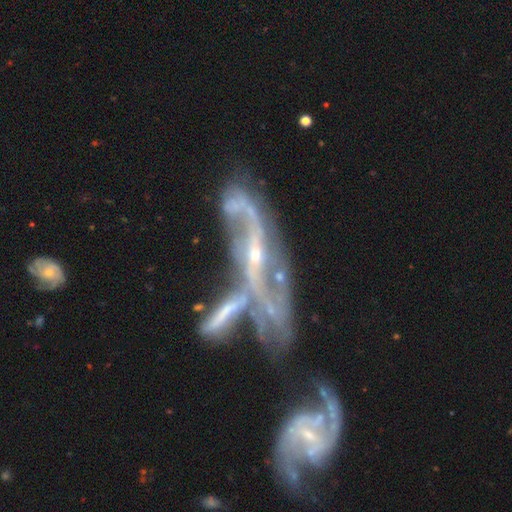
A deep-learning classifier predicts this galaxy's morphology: smooth_or_featured: featured or disk (p=0.86) [alt: star or artifact p=0.07]
disk_edge_on: no (p=0.85) [alt: yes p=0.15]
bar: no (p=0.44) [alt: weak p=0.32]
has_spiral_arms: yes (p=0.88) [alt: no p=0.12]
spiral_winding: loose (p=0.55) [alt: medium p=0.30]
spiral_arm_count: 2 (p=0.73) [alt: can't tell p=0.13]
bulge_size: small (p=0.68) [alt: moderate p=0.24]
merging: merger (p=0.56) [alt: major disturbance p=0.17]